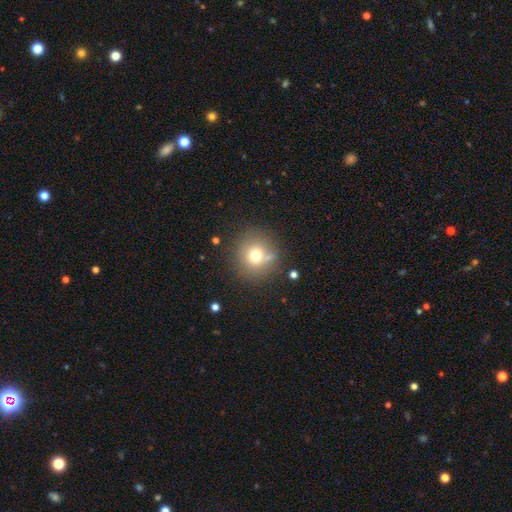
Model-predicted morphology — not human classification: Smooth or featured?
  - smooth: 71% *
  - star or artifact: 15%
  - featured or disk: 15%
How rounded?
  - round: 90% *
  - in between: 9%
  - cigar-shaped: 1%
Merging?
  - none: 73% *
  - minor disturbance: 13%
  - merger: 9%
  - major disturbance: 5%